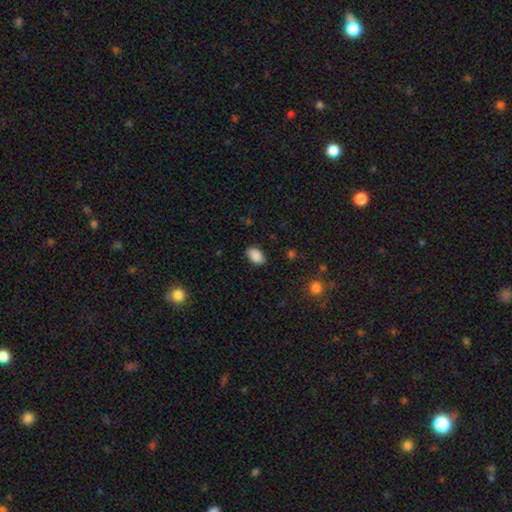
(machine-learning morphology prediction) This appears to be a smooth galaxy with no disk features (89%) that is in between round and cigar-shaped (90%). Merging: none (86%).